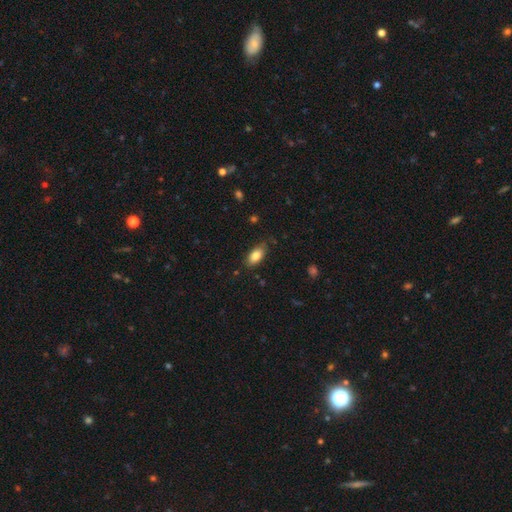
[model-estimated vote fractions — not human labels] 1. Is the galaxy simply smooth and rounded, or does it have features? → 83% smooth, 10% featured or disk, 7% star or artifact.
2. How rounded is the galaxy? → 89% in between, 8% cigar-shaped, 3% round.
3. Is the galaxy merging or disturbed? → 77% none, 18% minor disturbance, 4% major disturbance, 1% merger.